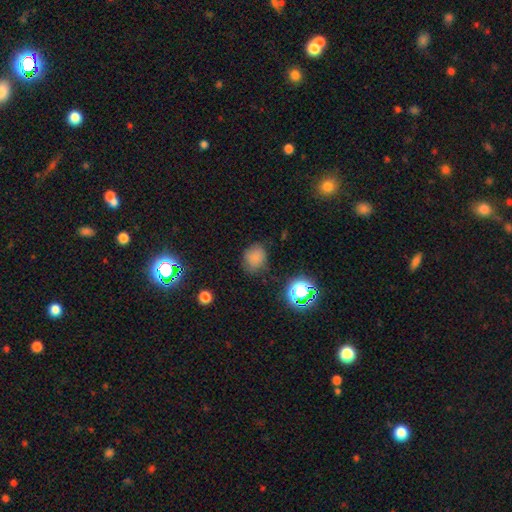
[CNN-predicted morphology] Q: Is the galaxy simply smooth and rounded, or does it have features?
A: smooth — 75%.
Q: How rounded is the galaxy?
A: round — 61%.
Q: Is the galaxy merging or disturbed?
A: none — 73%.